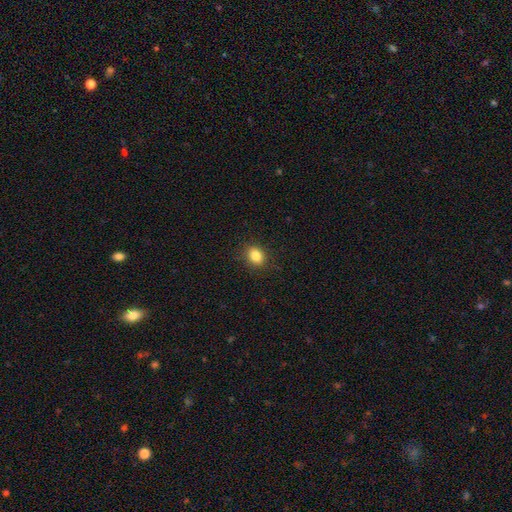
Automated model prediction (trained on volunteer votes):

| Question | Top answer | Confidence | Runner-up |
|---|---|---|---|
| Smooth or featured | smooth | 84% | star or artifact (10%) |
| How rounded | round | 50% | in between (49%) |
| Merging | none | 88% | minor disturbance (9%) |